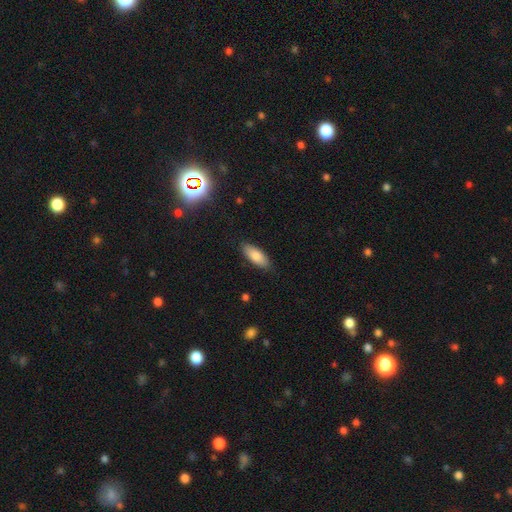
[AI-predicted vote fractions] Smooth or featured? smooth (83%)
How rounded? in between (78%)
Merging? none (86%)